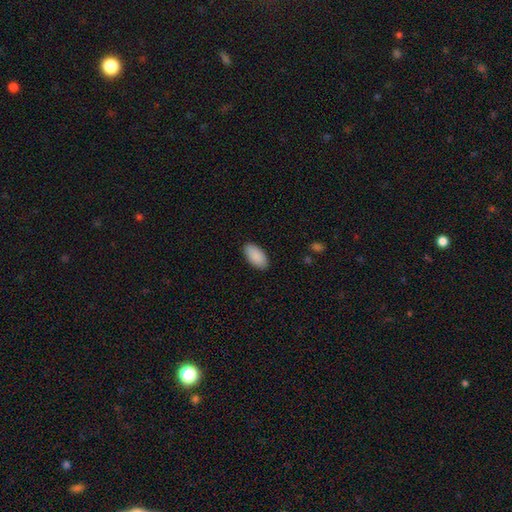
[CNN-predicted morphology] smooth 90%, star or artifact 6%, featured or disk 4%. Down the decision tree: how rounded — in between (95%); merging — none (89%).